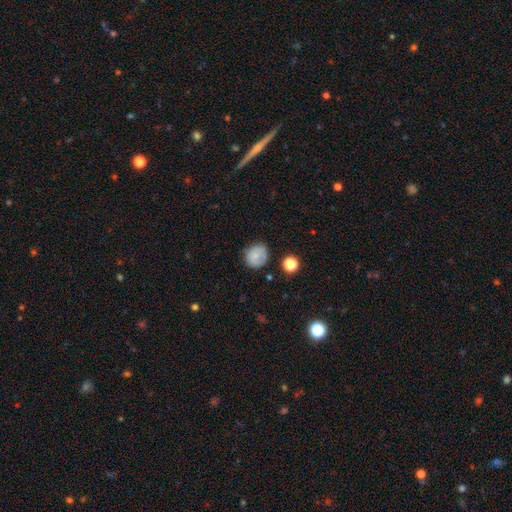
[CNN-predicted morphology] Smooth or featured: smooth — 76% (featured or disk — 14%)
How rounded: round — 79% (in between — 21%)
Merging: none — 69% (minor disturbance — 23%)